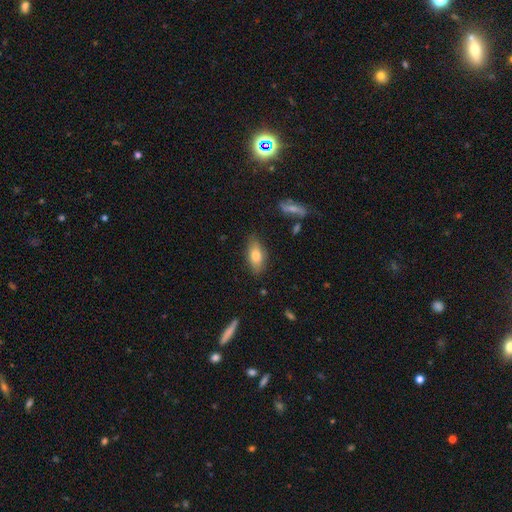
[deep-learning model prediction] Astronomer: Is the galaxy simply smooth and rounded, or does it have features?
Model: smooth — 75%.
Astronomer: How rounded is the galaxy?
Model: in between — 84%.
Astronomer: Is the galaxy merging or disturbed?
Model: none — 79%.